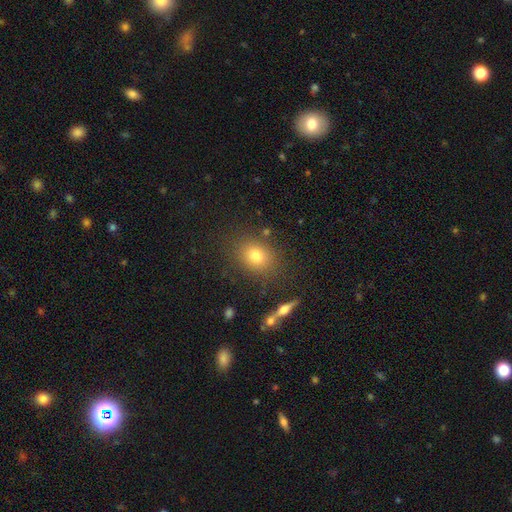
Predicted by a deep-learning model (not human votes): Smooth or featured?
  - smooth: 74% *
  - star or artifact: 15%
  - featured or disk: 12%
How rounded?
  - in between: 50% *
  - round: 48%
  - cigar-shaped: 2%
Merging?
  - none: 82% *
  - minor disturbance: 10%
  - merger: 4%
  - major disturbance: 3%